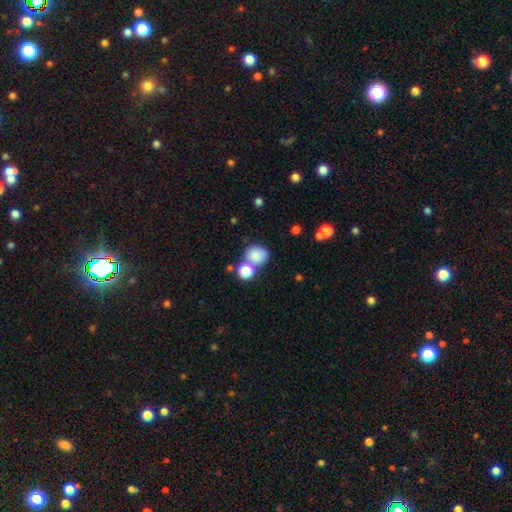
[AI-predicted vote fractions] smooth_or_featured: smooth (p=0.82) [alt: star or artifact p=0.10]
how_rounded: round (p=0.71) [alt: in between p=0.28]
merging: none (p=0.52) [alt: merger p=0.32]